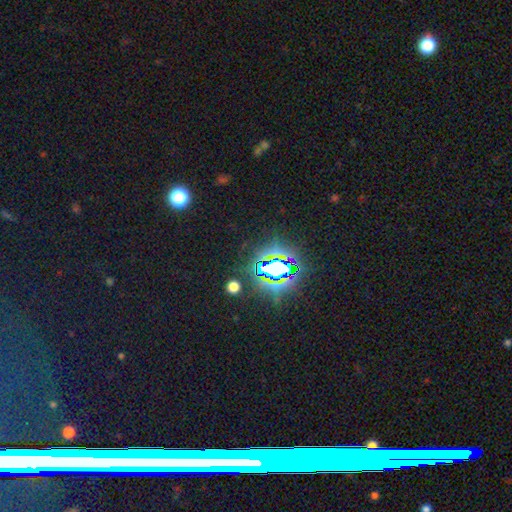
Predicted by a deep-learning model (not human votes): The model was most divided on "smooth or featured": star or artifact: 80%, smooth: 12%, featured or disk: 8%.